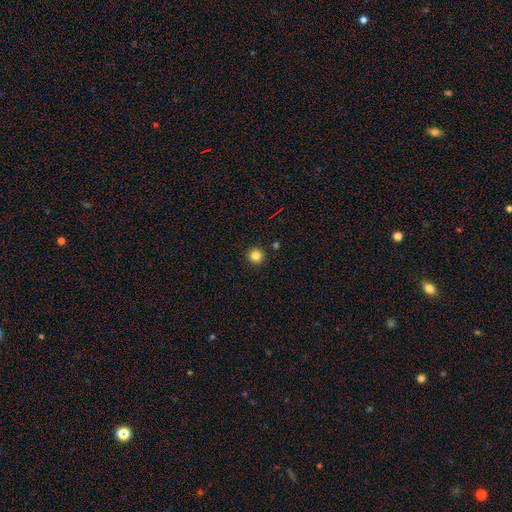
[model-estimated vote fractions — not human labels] Overall: smooth (83%). How rounded: round (95%). Merging: none (92%).